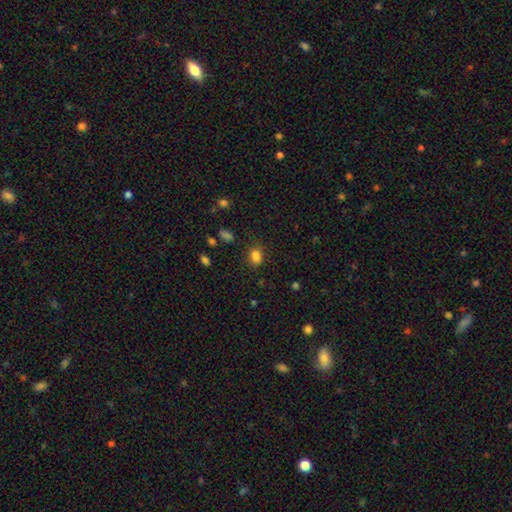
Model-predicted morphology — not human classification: A smooth galaxy with no disk features (81%) that is in between round and cigar-shaped (67%).

Vote fractions:
- Smooth or featured? smooth: 81% / star or artifact: 14% / featured or disk: 5%
- How rounded? in between: 67% / round: 31% / cigar-shaped: 1%
- Merging? none: 73% / minor disturbance: 17% / major disturbance: 5% / merger: 5%